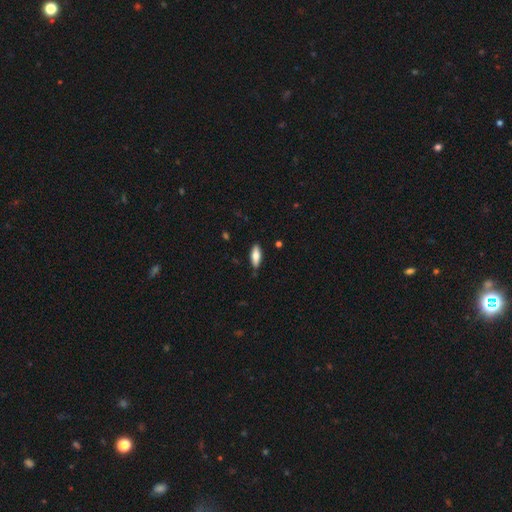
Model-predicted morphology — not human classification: smooth 71%, featured or disk 23%, star or artifact 6%. Down the decision tree: how rounded — in between (66%); merging — none (83%).